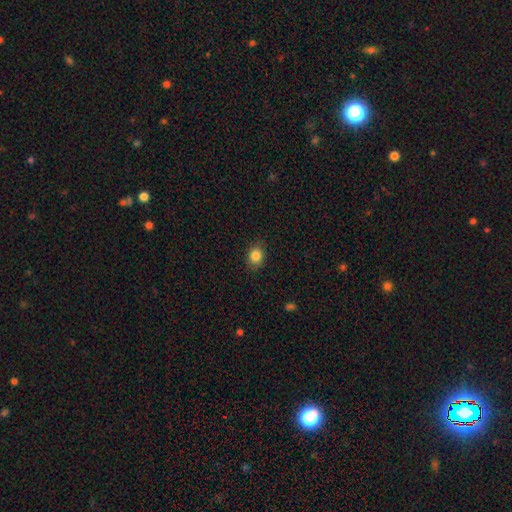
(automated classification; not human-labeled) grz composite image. It shows a smooth galaxy with no disk features (85%) that is round (57%). Merging: none (85%).